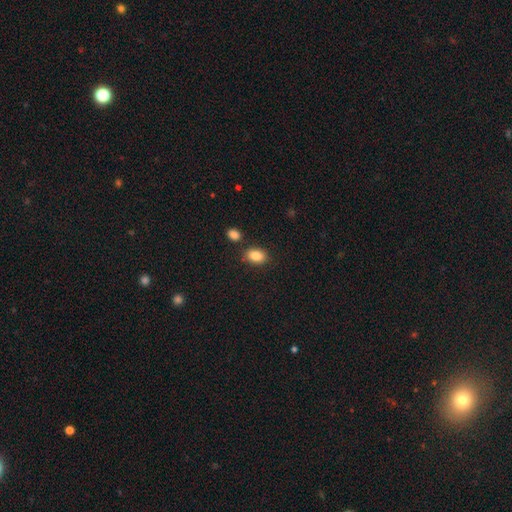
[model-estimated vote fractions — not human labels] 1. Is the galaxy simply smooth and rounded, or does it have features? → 86% smooth, 8% star or artifact, 5% featured or disk.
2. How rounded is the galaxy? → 81% in between, 18% round, 1% cigar-shaped.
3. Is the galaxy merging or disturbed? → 80% none, 10% minor disturbance, 7% merger, 3% major disturbance.